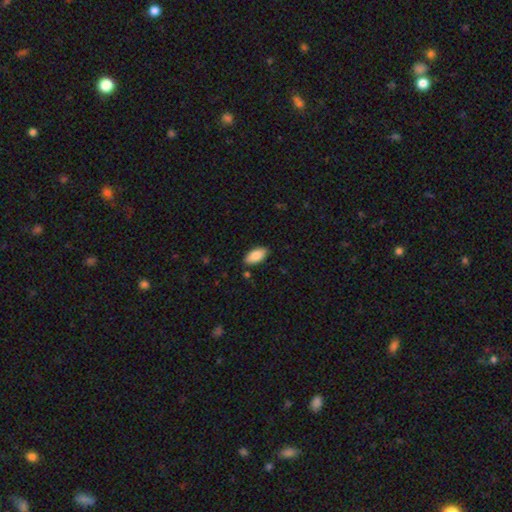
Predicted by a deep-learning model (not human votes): Smooth or featured? smooth (85%)
How rounded? in between (93%)
Merging? none (87%)